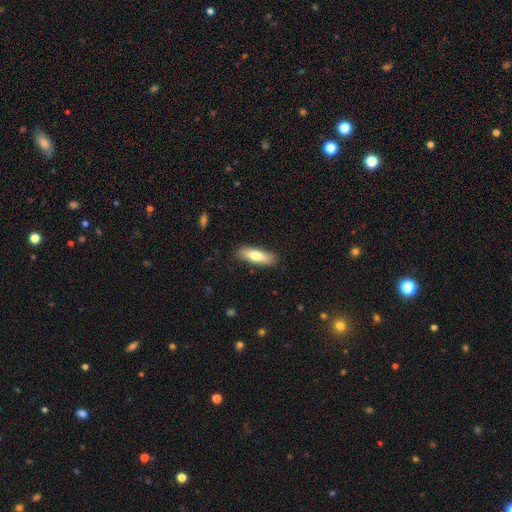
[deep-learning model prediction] Smooth or featured?
  - smooth: 75% *
  - featured or disk: 19%
  - star or artifact: 6%
How rounded?
  - cigar-shaped: 49% * (tied)
  - in between: 49% * (tied)
  - round: 2%
Merging?
  - none: 86% *
  - minor disturbance: 10%
  - major disturbance: 2%
  - merger: 1%